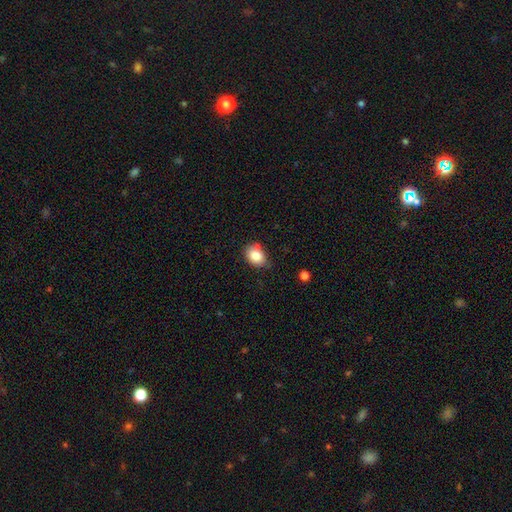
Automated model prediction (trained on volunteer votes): Q: Smooth or featured?
A: smooth (84%); runner-up: star or artifact (9%)
Q: How rounded?
A: in between (62%); runner-up: round (37%)
Q: Merging?
A: none (63%); runner-up: minor disturbance (28%)